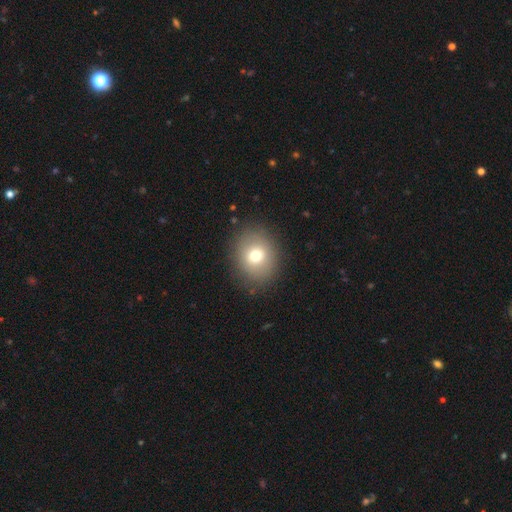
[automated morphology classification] type=smooth (72%); roundness=round (69%); merging=none (86%).